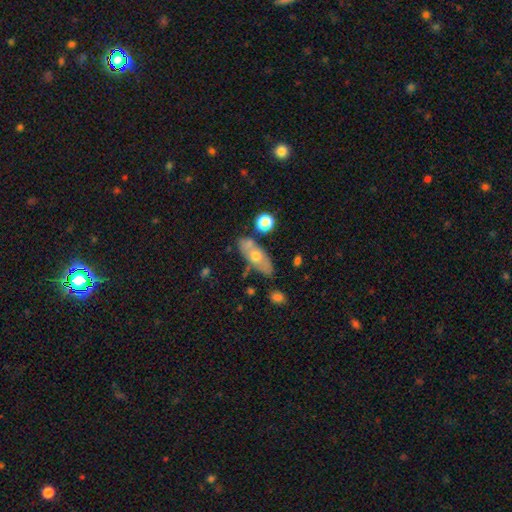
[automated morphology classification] A smooth galaxy with no disk features (49%).

Vote fractions:
- Smooth or featured? smooth: 49% / featured or disk: 43% / star or artifact: 8%
- Merging? none: 69% / minor disturbance: 16% / merger: 10% / major disturbance: 4%